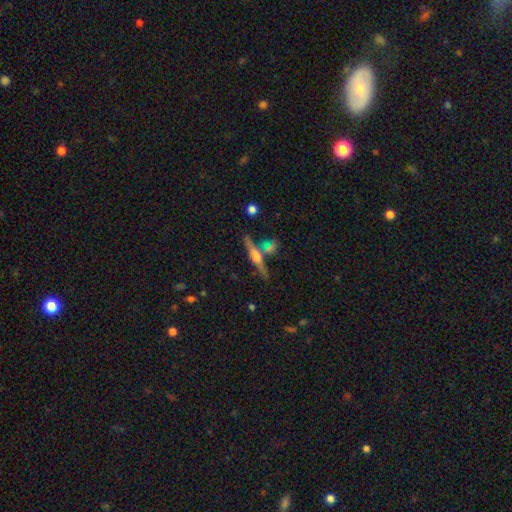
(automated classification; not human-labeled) Overall: featured or disk (72%). Edge-on disk: yes (96%). Edge-on bulge: rounded (90%). Merging: none (71%).